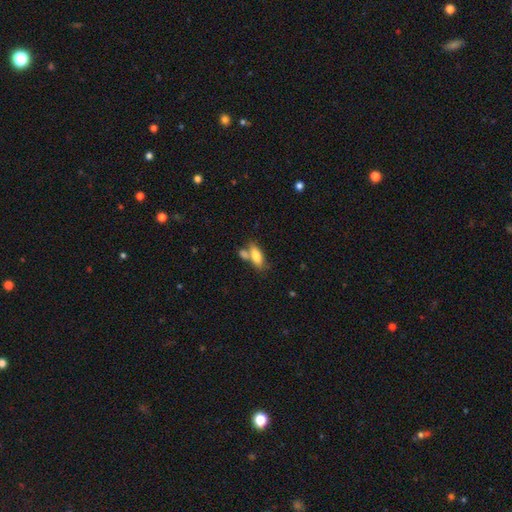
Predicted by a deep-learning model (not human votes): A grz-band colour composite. It shows a smooth galaxy with no disk features (78%) that is in between round and cigar-shaped (79%). Merging: none (45%).